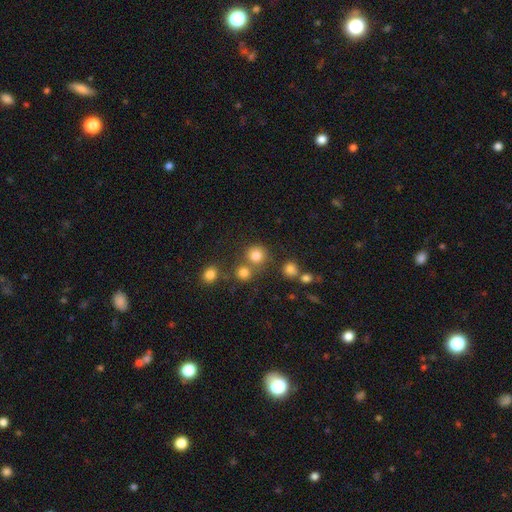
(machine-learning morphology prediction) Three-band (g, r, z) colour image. It shows a smooth galaxy with no disk features (79%) that is round (89%). Merging: none (65%).